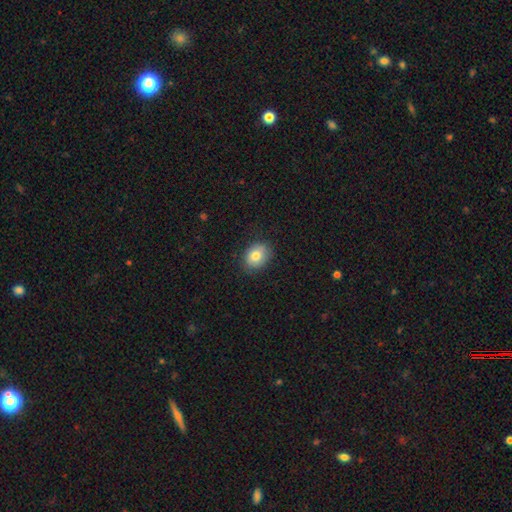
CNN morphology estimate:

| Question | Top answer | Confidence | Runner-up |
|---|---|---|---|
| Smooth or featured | smooth | 80% | featured or disk (11%) |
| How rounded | in between | 57% | round (42%) |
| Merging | none | 84% | minor disturbance (12%) |